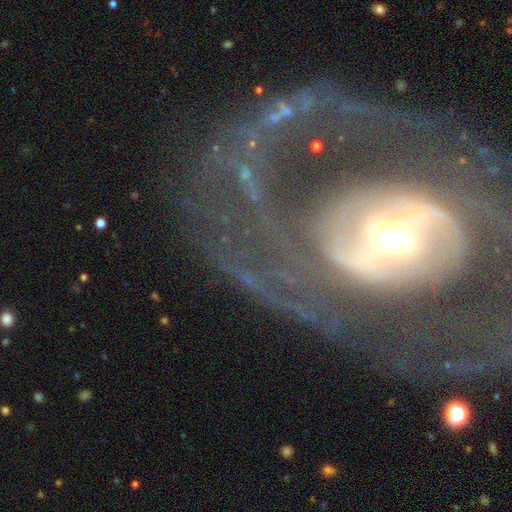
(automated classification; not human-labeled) featured or disk 74%, star or artifact 15%, smooth 12%. Down the decision tree: edge-on disk — no (92%); bar — no (41%); spiral arms — yes (68%); bulge size — moderate (56%); merging — none (48%).